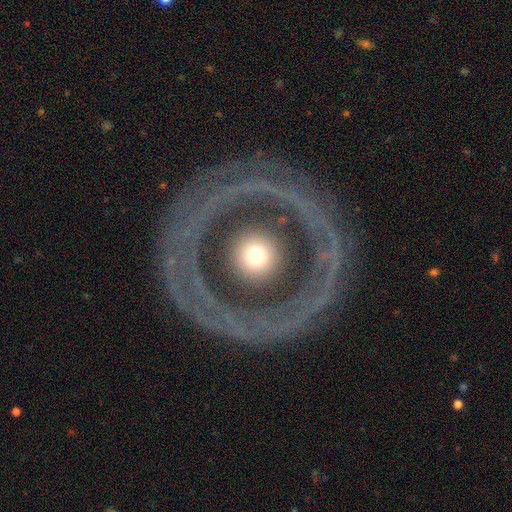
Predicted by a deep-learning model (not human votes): smooth-or-featured: smooth: 45% | featured or disk: 38% | star or artifact: 17%
  merging: none: 69% | major disturbance: 14% | minor disturbance: 12% | merger: 5%